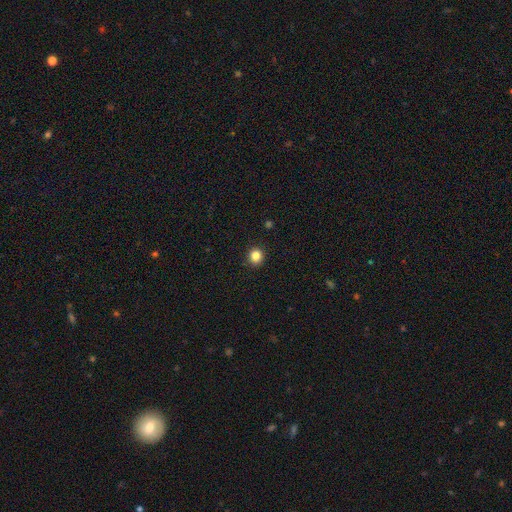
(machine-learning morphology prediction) This appears to be a smooth galaxy with no disk features (84%) that is round (88%). Merging: none (92%).